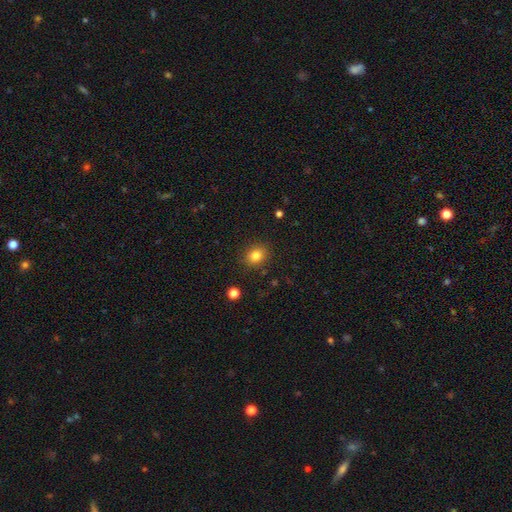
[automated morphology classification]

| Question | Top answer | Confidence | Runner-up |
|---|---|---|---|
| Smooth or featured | smooth | 82% | star or artifact (11%) |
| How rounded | round | 62% | in between (37%) |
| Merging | none | 87% | minor disturbance (9%) |